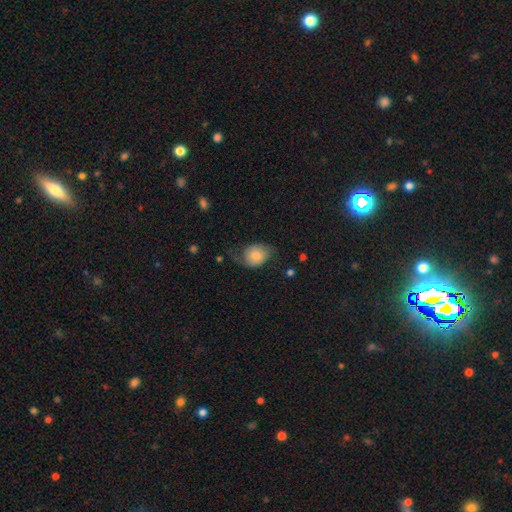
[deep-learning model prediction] Smooth or featured? smooth (60%)
How rounded? in between (53%)
Merging? none (45%)